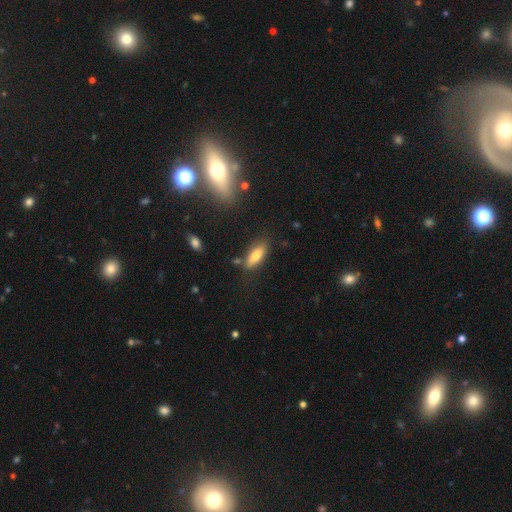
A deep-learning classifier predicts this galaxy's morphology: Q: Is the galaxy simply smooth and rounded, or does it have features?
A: smooth — 75%.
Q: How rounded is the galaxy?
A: in between — 68%.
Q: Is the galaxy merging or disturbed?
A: none — 74%.